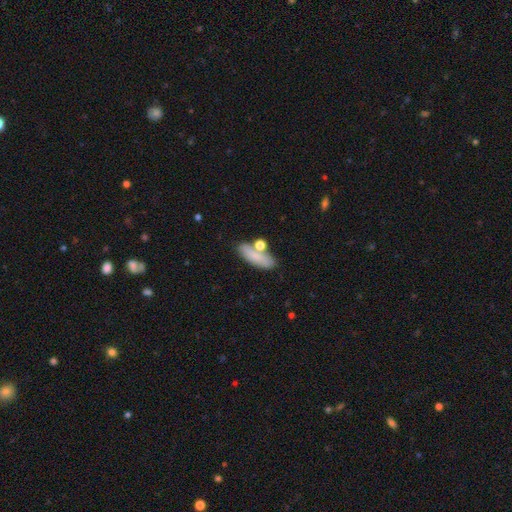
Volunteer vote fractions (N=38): Q: Smooth or featured?
A: smooth (79%); runner-up: featured or disk (18%)
Q: How rounded?
A: in between (80%); runner-up: cigar-shaped (17%)
Q: Merging?
A: none (57%); runner-up: merger (27%)